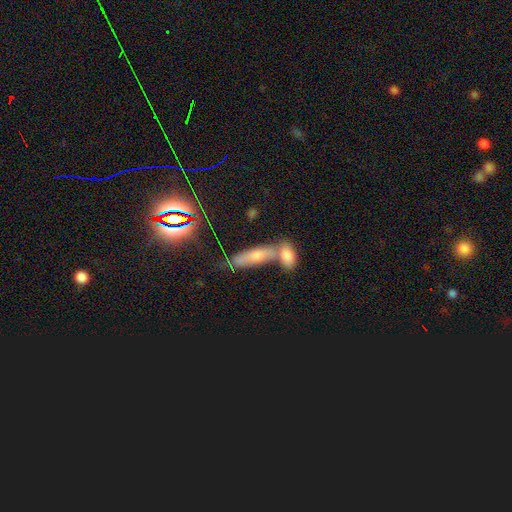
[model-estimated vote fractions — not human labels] A smooth galaxy with no disk features (69%) that is cigar-shaped (49%).

Vote fractions:
- Smooth or featured? smooth: 69% / featured or disk: 21% / star or artifact: 10%
- How rounded? cigar-shaped: 49% / in between: 48% / round: 3%
- Merging? merger: 44% / none: 38% / minor disturbance: 12% / major disturbance: 5%